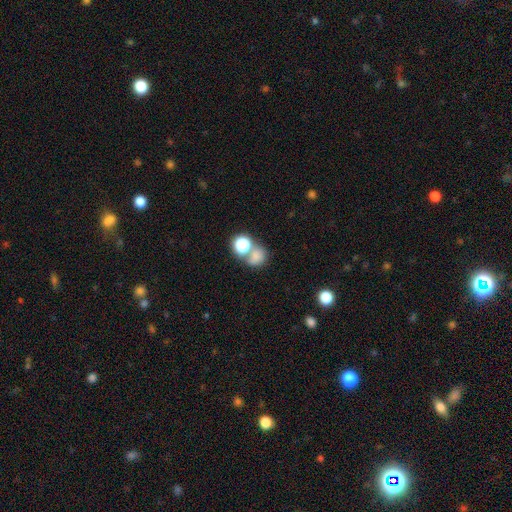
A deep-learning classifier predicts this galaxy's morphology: smooth-or-featured: smooth: 71% | star or artifact: 19% | featured or disk: 10%
  how-rounded: round: 66% | in between: 33% | cigar-shaped: 1%
  merging: merger: 42% | none: 40% | minor disturbance: 11% | major disturbance: 7%